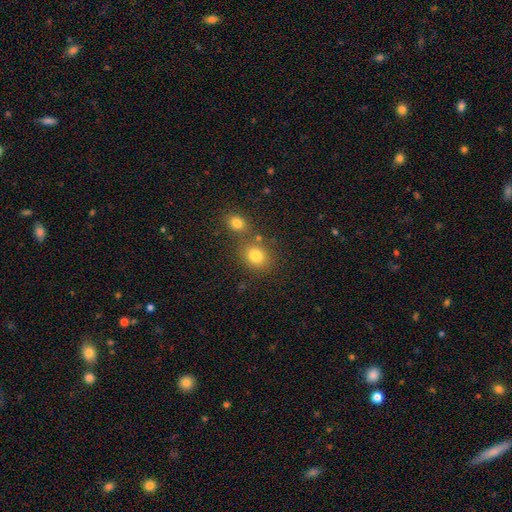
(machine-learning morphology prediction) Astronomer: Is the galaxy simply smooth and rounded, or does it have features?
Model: smooth — 80%.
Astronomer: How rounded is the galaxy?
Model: round — 62% (runner-up: in between, 37%).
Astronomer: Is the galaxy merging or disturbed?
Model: none — 63%.